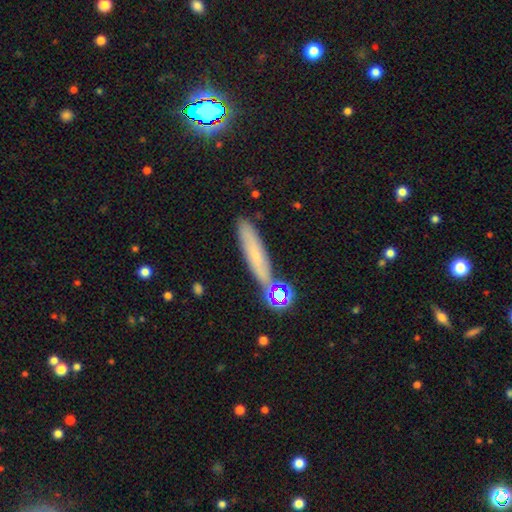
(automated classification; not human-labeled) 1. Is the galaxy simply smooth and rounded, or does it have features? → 57% smooth, 28% featured or disk, 15% star or artifact.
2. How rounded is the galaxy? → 86% cigar-shaped, 11% in between, 3% round.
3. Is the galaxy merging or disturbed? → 73% none, 14% minor disturbance, 9% merger, 4% major disturbance.